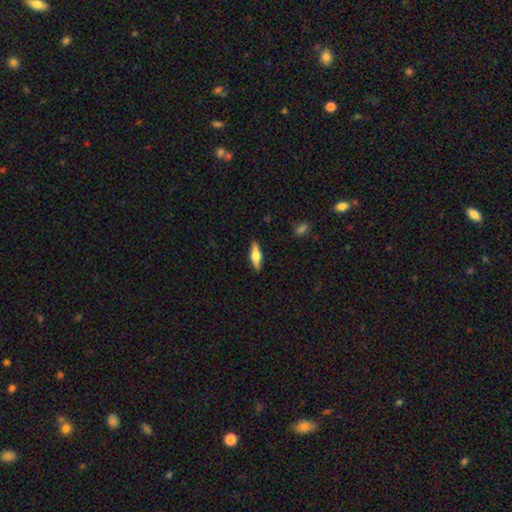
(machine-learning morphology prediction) smooth 49%, featured or disk 45%, star or artifact 6%. Down the decision tree: merging — none (89%).